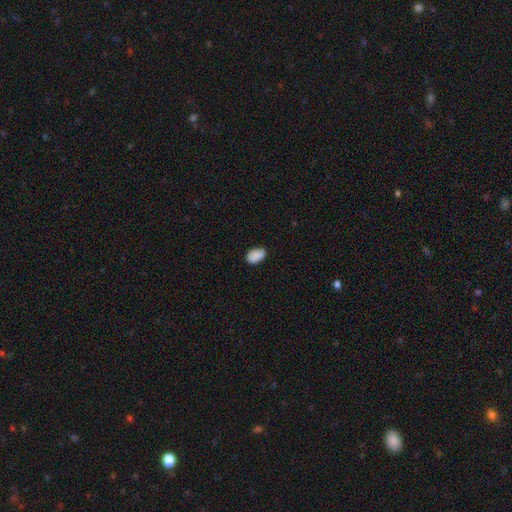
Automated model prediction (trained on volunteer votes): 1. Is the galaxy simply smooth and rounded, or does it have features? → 90% smooth, 8% star or artifact, 3% featured or disk.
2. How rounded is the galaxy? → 90% in between, 9% round, 1% cigar-shaped.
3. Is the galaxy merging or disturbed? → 85% none, 12% minor disturbance, 2% major disturbance, 1% merger.